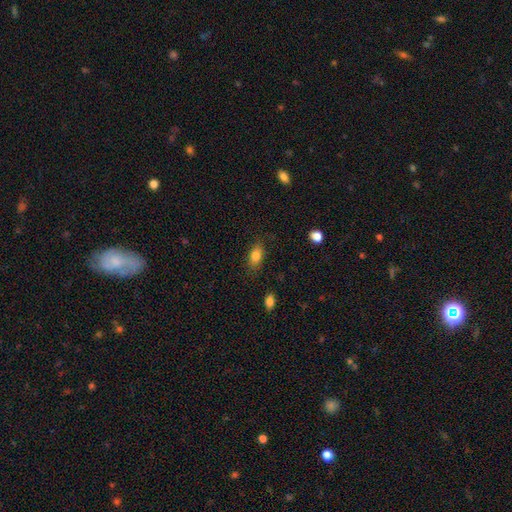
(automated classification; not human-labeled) A smooth galaxy with no disk features (82%) that is in between round and cigar-shaped (86%). Merging: none (81%).